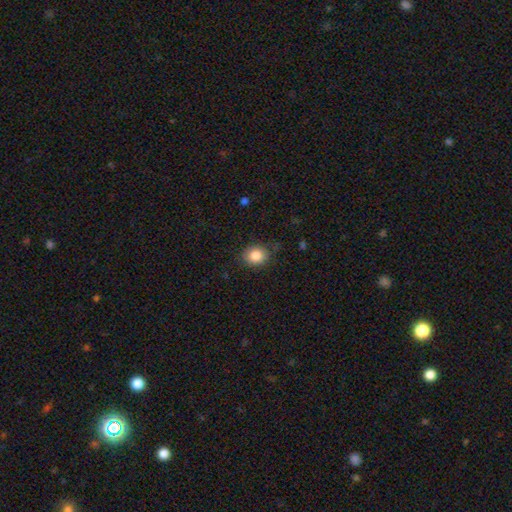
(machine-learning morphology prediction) This is clearly a smooth galaxy (85%). How rounded: likely round (63%). Merging: clearly none (81%).